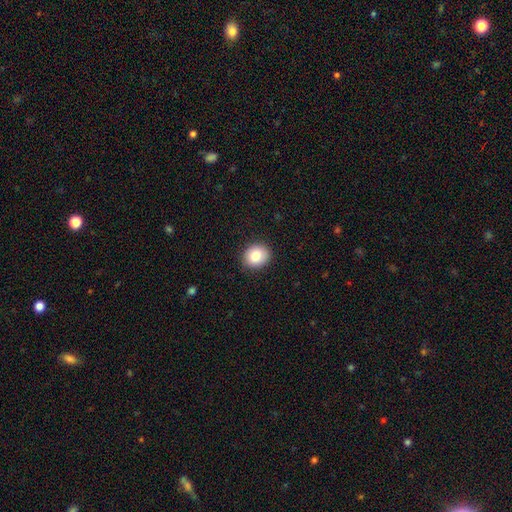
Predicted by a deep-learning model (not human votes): smooth-or-featured: smooth: 82% | featured or disk: 9% | star or artifact: 9%
  how-rounded: round: 71% | in between: 29% | cigar-shaped: 1%
  merging: none: 89% | minor disturbance: 8% | major disturbance: 2% | merger: 1%